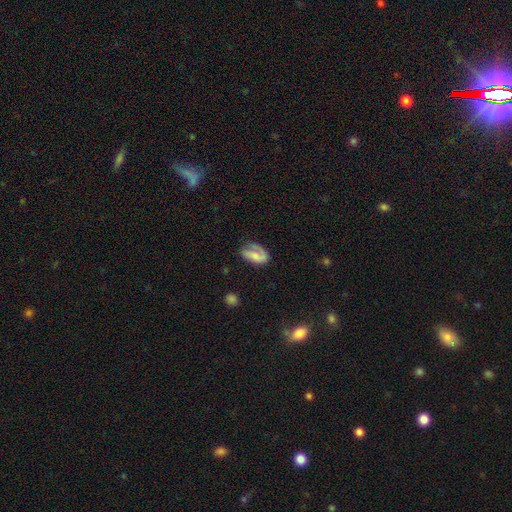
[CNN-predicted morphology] A smooth galaxy with no disk features (52%) that is in between round and cigar-shaped (89%). Merging: none (50%).